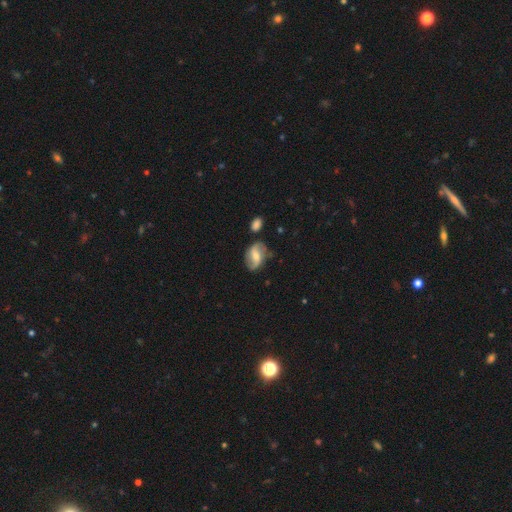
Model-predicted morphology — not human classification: smooth-or-featured: featured or disk: 69% | smooth: 24% | star or artifact: 7%
  disk-edge-on: no: 96% | yes: 4%
    bar: weak: 44% | no: 29% | strong: 28%
    has-spiral-arms: yes: 90% | no: 10%
      spiral-winding: loose: 55% | medium: 33% | tight: 12%
      spiral-arm-count: 2: 89% | can't tell: 5% | 1: 3% | 3: 1% | 4: 1% | more than 4: 1%
    bulge-size: moderate: 51% | small: 39% | none: 4% | large: 4% | dominant: 1%
  merging: none: 71% | minor disturbance: 18% | major disturbance: 6% | merger: 5%